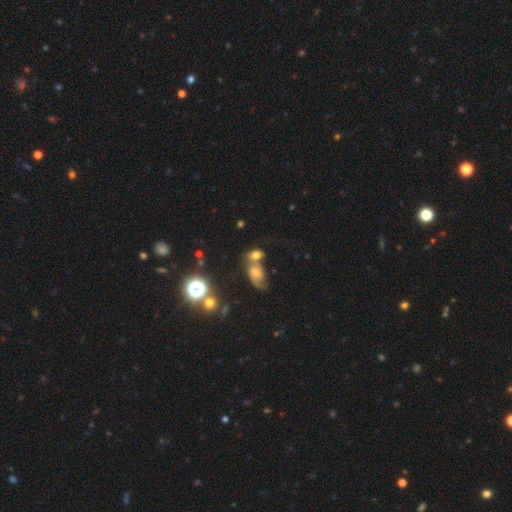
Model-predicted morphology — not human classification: This appears to be a smooth galaxy with no disk features (55%) that is in between round and cigar-shaped (64%). Merging: merger (52%).